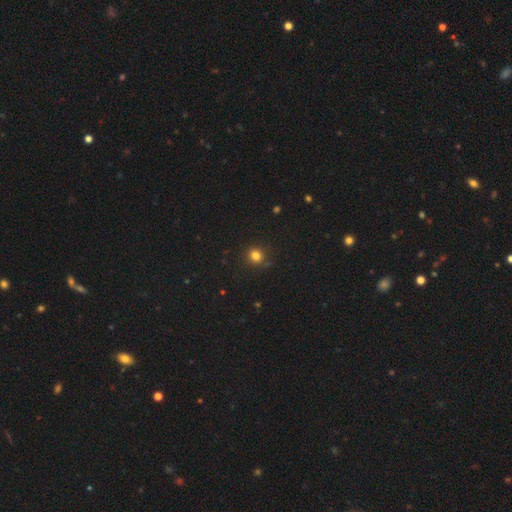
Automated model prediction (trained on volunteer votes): The model was most divided on "smooth or featured": smooth: 81%, star or artifact: 14%, featured or disk: 5%. More confident: how rounded — round (87%); merging — none (85%).